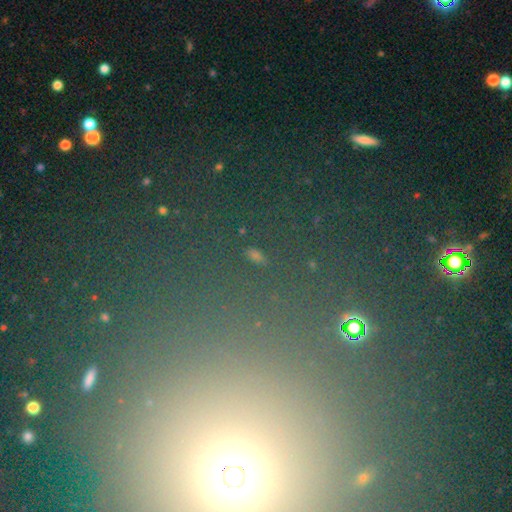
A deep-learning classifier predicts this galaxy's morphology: This is likely a star or artifact rather than a galaxy (63%).